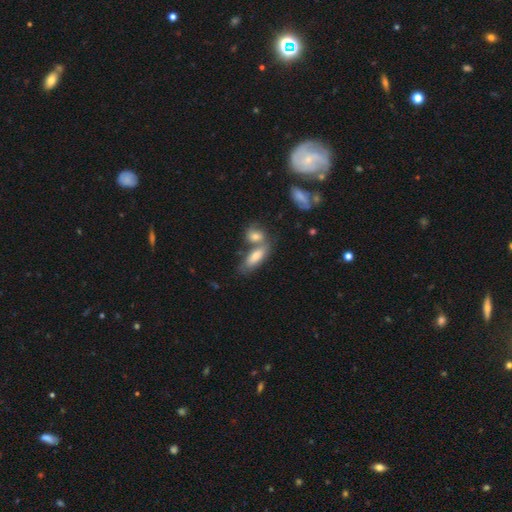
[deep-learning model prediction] smooth-or-featured: smooth: 70% | featured or disk: 21% | star or artifact: 9%
  how-rounded: in between: 70% | cigar-shaped: 26% | round: 3%
  merging: merger: 42% | none: 41% | minor disturbance: 12% | major disturbance: 5%